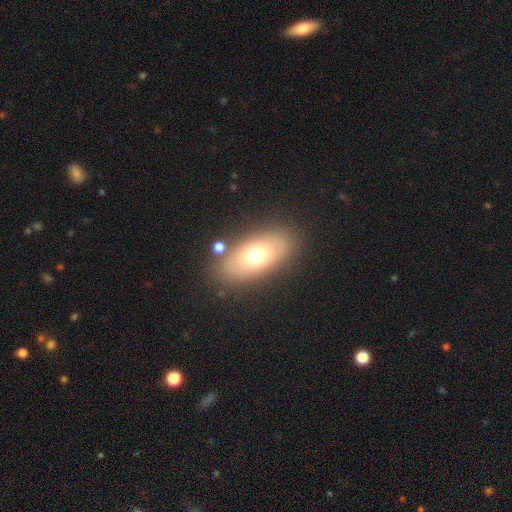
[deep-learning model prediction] Overall: smooth (65%; featured or disk 25%). How rounded: in between (85%). Merging: none (82%).